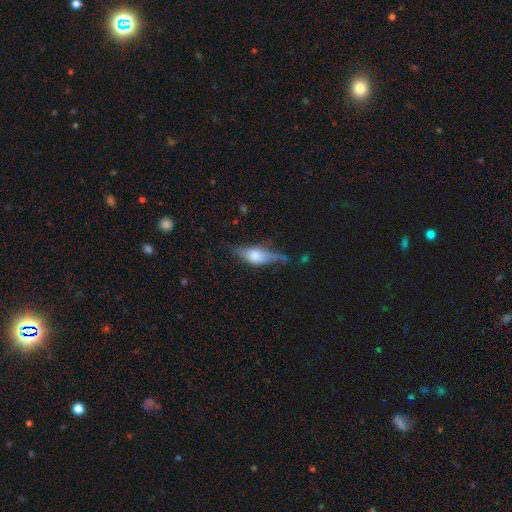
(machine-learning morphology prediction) This appears to be a featured or disk galaxy (49%). Merging: none (60%).